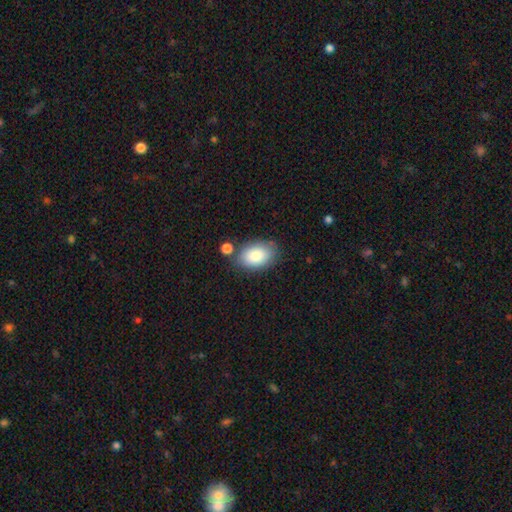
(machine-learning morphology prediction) smooth 84%, featured or disk 10%, star or artifact 7%. Down the decision tree: how rounded — in between (88%); merging — none (73%).